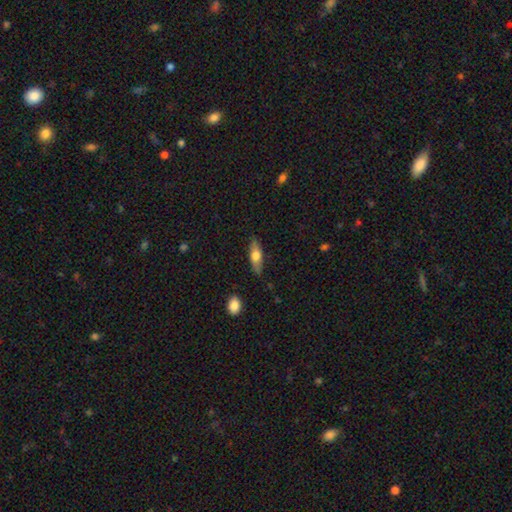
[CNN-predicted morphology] smooth-or-featured: smooth: 60% | featured or disk: 34% | star or artifact: 6%
  how-rounded: in between: 50% | cigar-shaped: 47% | round: 3%
  merging: none: 84% | minor disturbance: 12% | major disturbance: 3% | merger: 2%